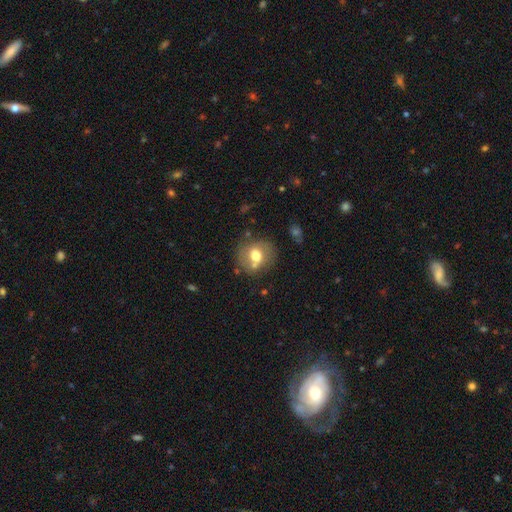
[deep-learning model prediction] Smooth or featured?
  - smooth: 63% *
  - featured or disk: 27%
  - star or artifact: 10%
How rounded?
  - round: 76% *
  - in between: 23%
  - cigar-shaped: 1%
Merging?
  - none: 67% *
  - minor disturbance: 15%
  - merger: 12%
  - major disturbance: 5%